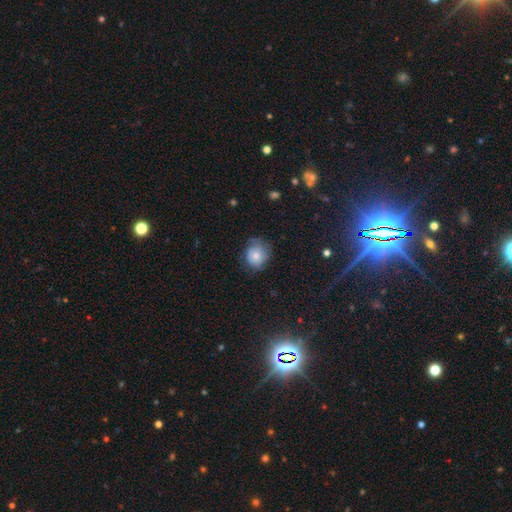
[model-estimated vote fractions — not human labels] Morphology: type=smooth (72%); roundness=round (77%); merging=none (60%).